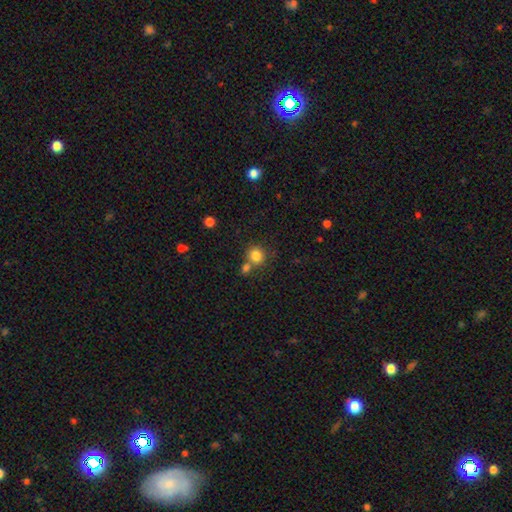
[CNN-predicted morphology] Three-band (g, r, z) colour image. It shows a smooth galaxy with no disk features (83%) that is round (86%). Merging: none (60%).